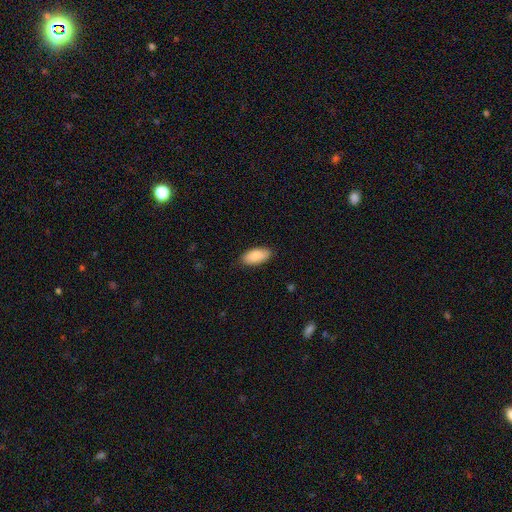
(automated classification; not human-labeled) The model was most divided on "merging": none: 84%, minor disturbance: 13%, major disturbance: 2%, merger: 1%. More confident: how rounded — in between (92%); smooth or featured — smooth (87%).